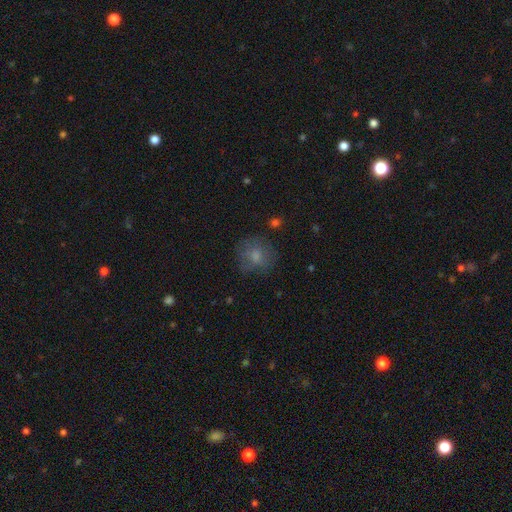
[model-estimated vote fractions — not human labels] This appears to be a smooth galaxy with no disk features (72%) that is round (81%). Merging: none (68%).